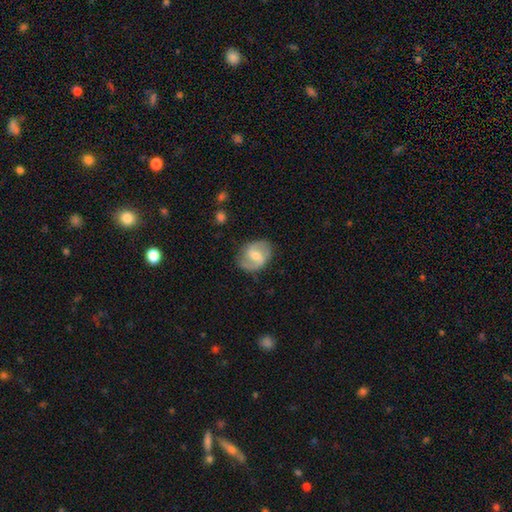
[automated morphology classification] featured or disk 75%, smooth 20%, star or artifact 5%. Down the decision tree: edge-on disk — no (98%); bar — weak (55%); spiral arms — yes (92%); spiral arm count — 2 (89%); spiral winding — medium (49%); bulge size — moderate (47%); merging — none (79%).